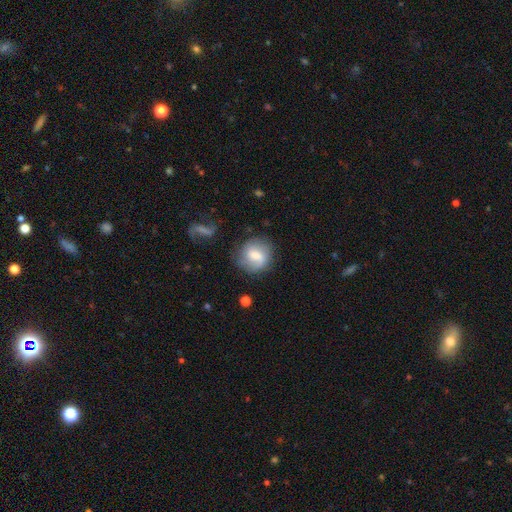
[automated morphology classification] smooth-or-featured: smooth: 58% | featured or disk: 34% | star or artifact: 8%
  how-rounded: round: 81% | in between: 18% | cigar-shaped: 1%
  merging: none: 68% | minor disturbance: 20% | major disturbance: 9% | merger: 3%